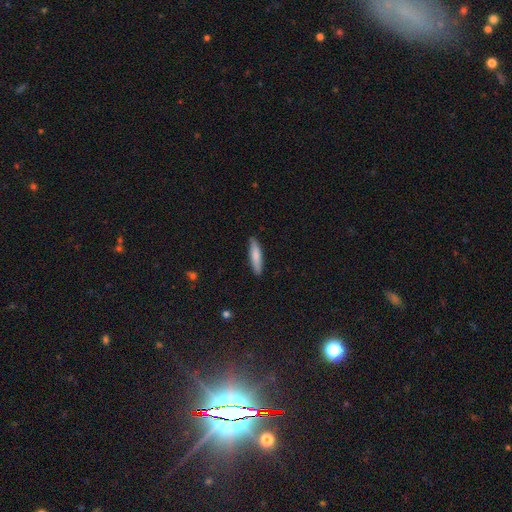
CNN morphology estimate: Smooth or featured? Predicted: smooth (p=0.80). How rounded? Predicted: cigar-shaped (p=0.81). Merging? Predicted: none (p=0.89).